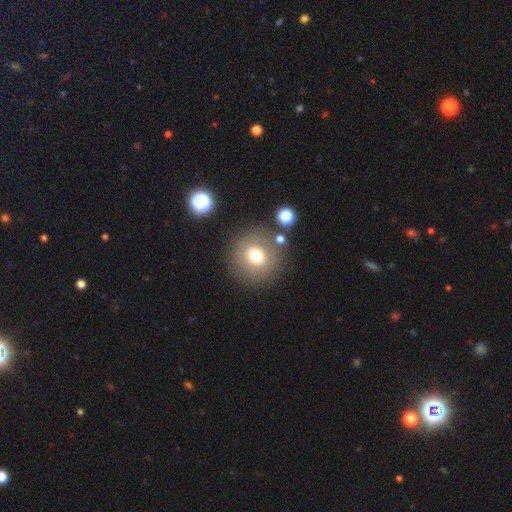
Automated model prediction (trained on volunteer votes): Overall: smooth (70%). How rounded: round (93%). Merging: none (81%).